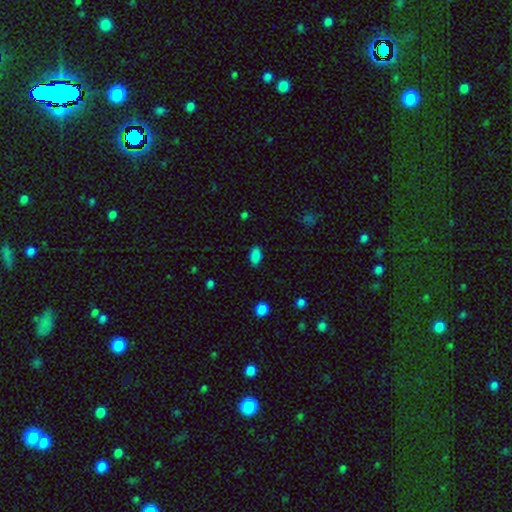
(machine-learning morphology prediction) The model was most divided on "merging": none: 84%, minor disturbance: 12%, major disturbance: 3%, merger: 1%. More confident: how rounded — in between (91%); smooth or featured — smooth (87%).